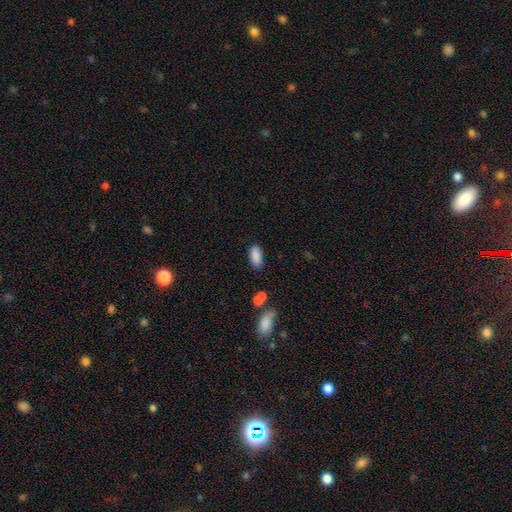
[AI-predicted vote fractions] Q: Smooth or featured?
A: smooth (88%); runner-up: star or artifact (7%)
Q: How rounded?
A: in between (89%); runner-up: cigar-shaped (9%)
Q: Merging?
A: none (82%); runner-up: minor disturbance (12%)